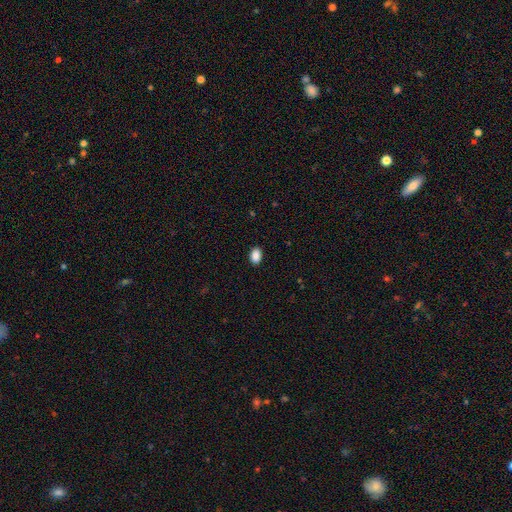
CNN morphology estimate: A smooth galaxy with no disk features (89%) that is in between round and cigar-shaped (88%).

Vote fractions:
- Smooth or featured? smooth: 89% / star or artifact: 8% / featured or disk: 3%
- How rounded? in between: 88% / round: 11% / cigar-shaped: 1%
- Merging? none: 90% / minor disturbance: 7% / major disturbance: 2% / merger: 1%